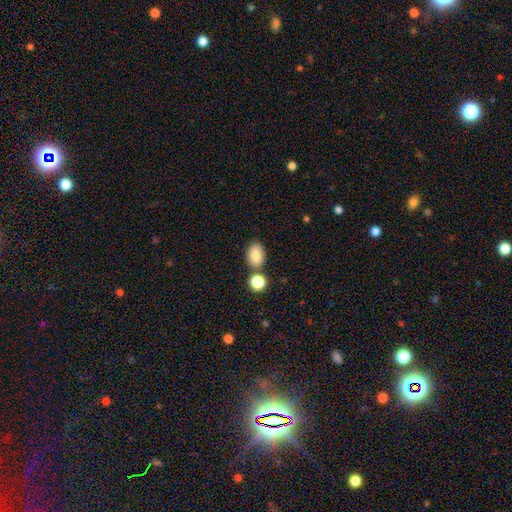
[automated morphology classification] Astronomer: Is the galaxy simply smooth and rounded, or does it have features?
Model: smooth — 84%.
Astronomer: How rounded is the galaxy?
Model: in between — 84%.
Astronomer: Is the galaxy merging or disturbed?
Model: none — 72%.